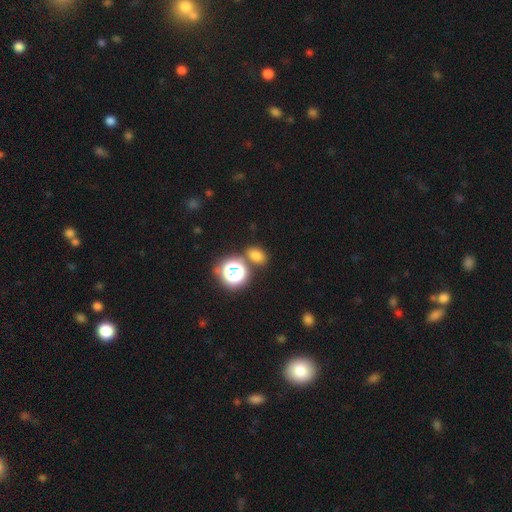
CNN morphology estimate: A smooth galaxy with no disk features (70%) that is in between round and cigar-shaped (65%). Merging: none (73%).